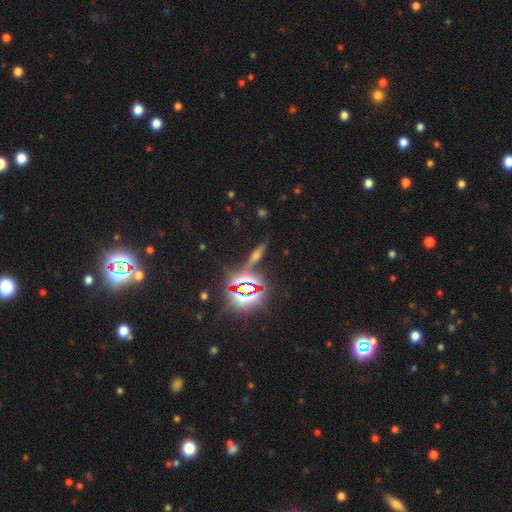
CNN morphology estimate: smooth_or_featured: star or artifact (p=0.42) [alt: featured or disk p=0.32]